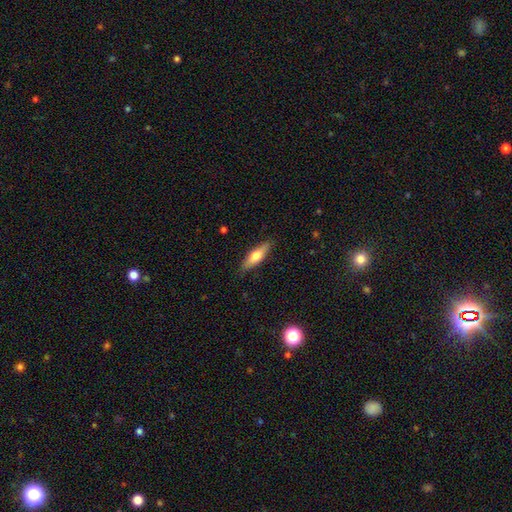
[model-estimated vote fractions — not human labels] smooth_or_featured: smooth (p=0.62) [alt: featured or disk p=0.32]
how_rounded: cigar-shaped (p=0.54) [alt: in between p=0.44]
merging: none (p=0.86) [alt: minor disturbance p=0.11]